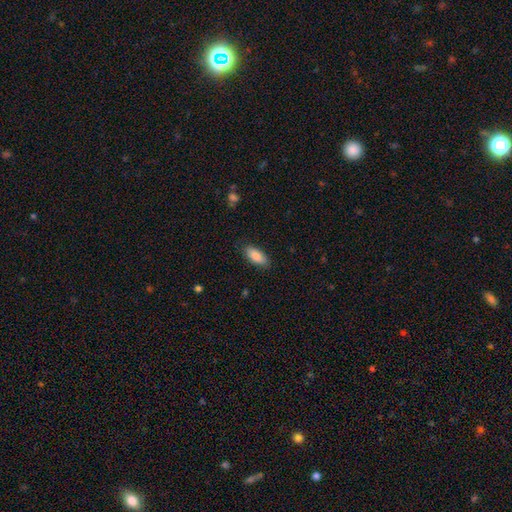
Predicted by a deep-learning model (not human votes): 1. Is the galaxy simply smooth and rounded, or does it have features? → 86% smooth, 8% featured or disk, 6% star or artifact.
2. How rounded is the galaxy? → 85% in between, 13% cigar-shaped, 2% round.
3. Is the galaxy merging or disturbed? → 86% none, 11% minor disturbance, 2% major disturbance, 1% merger.